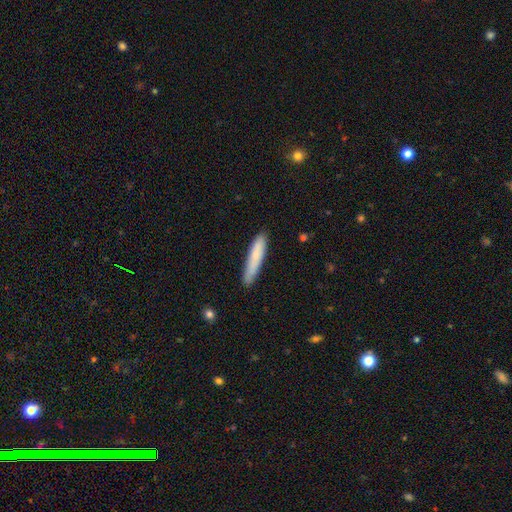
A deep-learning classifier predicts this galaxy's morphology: smooth 76%, featured or disk 18%, star or artifact 6%. Down the decision tree: how rounded — cigar-shaped (89%); merging — none (81%).